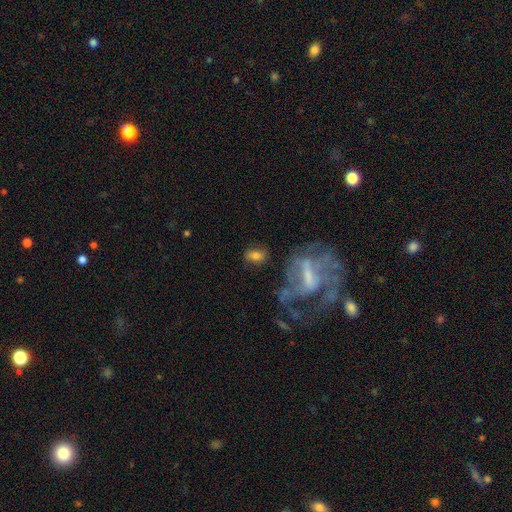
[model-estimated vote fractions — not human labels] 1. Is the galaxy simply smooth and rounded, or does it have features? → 65% smooth, 25% featured or disk, 10% star or artifact.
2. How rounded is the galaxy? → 79% in between, 17% round, 4% cigar-shaped.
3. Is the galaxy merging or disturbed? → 71% none, 14% minor disturbance, 9% major disturbance, 6% merger.